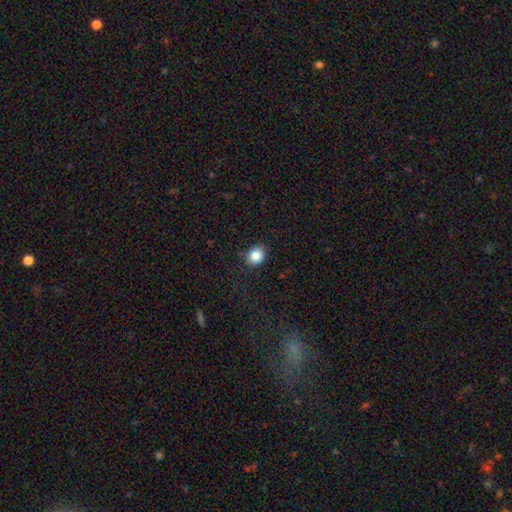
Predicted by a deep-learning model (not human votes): A smooth galaxy with no disk features (85%) that is round (70%). Merging: none (83%).